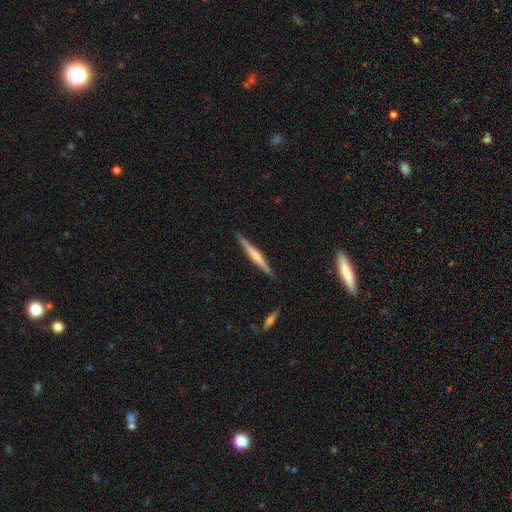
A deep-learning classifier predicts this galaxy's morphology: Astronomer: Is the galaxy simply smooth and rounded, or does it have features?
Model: featured or disk — 61%.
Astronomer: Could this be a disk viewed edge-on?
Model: yes — 98%.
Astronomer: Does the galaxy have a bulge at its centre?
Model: rounded — 46% (runner-up: none, 33%).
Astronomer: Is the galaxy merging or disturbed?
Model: none — 90%.